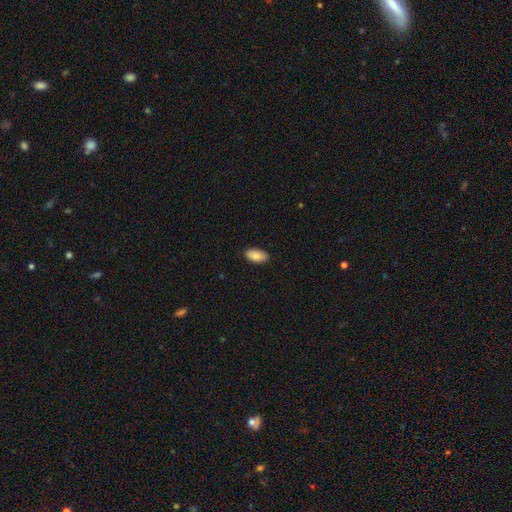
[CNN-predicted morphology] The model was most divided on "merging": none: 88%, minor disturbance: 9%, major disturbance: 2%, merger: 1%. More confident: how rounded — in between (94%); smooth or featured — smooth (86%).